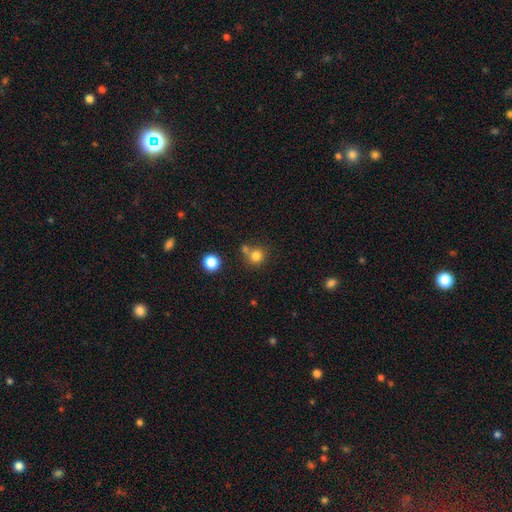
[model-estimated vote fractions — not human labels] This appears to be a smooth galaxy with no disk features (80%) that is round (90%). Merging: none (60%).